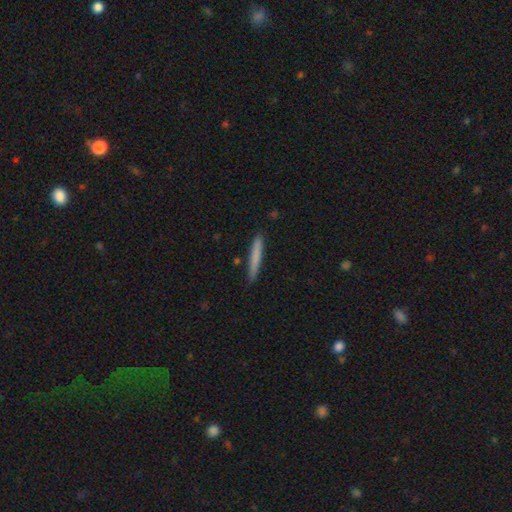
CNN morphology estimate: A smooth galaxy with no disk features (76%) that is cigar-shaped (96%). Merging: none (89%).